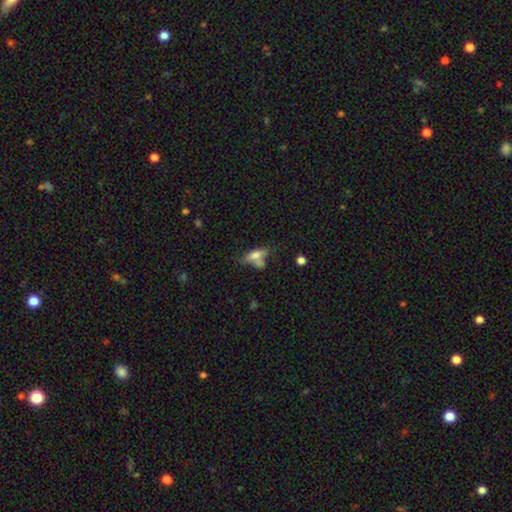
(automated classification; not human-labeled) A smooth galaxy with no disk features (65%) that is in between round and cigar-shaped (59%). Merging: none (42%).